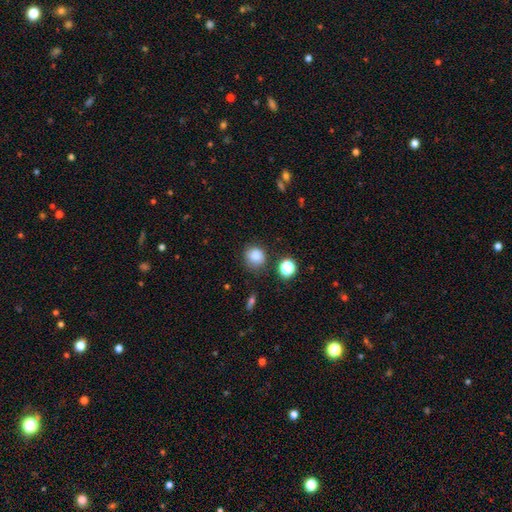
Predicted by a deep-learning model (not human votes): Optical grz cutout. It shows a smooth galaxy with no disk features (82%) that is round (82%). Merging: none (74%).